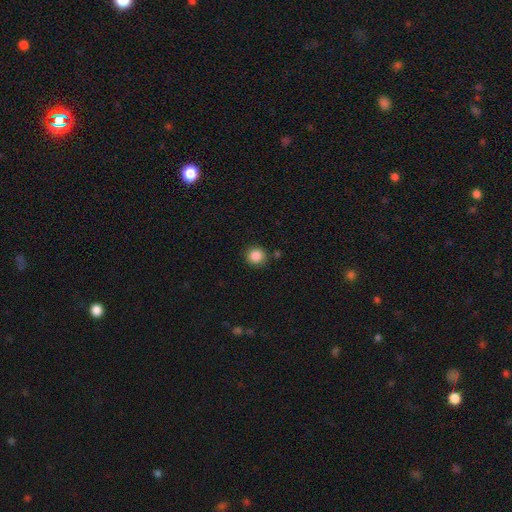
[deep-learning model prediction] smooth-or-featured: smooth: 87% | star or artifact: 10% | featured or disk: 4%
  how-rounded: round: 92% | in between: 7% | cigar-shaped: 1%
  merging: none: 88% | minor disturbance: 7% | merger: 3% | major disturbance: 2%